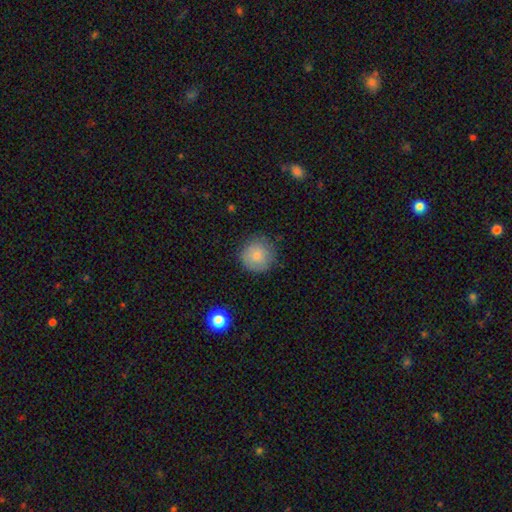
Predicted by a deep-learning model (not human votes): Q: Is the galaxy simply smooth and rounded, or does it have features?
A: smooth — 83%.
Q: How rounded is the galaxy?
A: round — 94%.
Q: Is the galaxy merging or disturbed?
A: none — 82%.